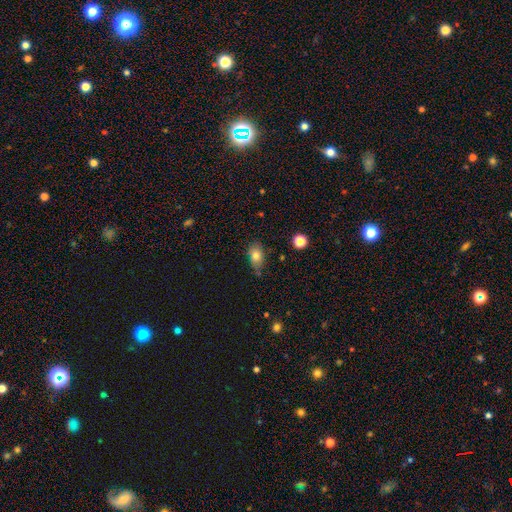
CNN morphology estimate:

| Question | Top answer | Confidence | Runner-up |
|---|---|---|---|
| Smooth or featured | smooth | 78% | featured or disk (13%) |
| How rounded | in between | 83% | round (14%) |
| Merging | none | 69% | minor disturbance (24%) |